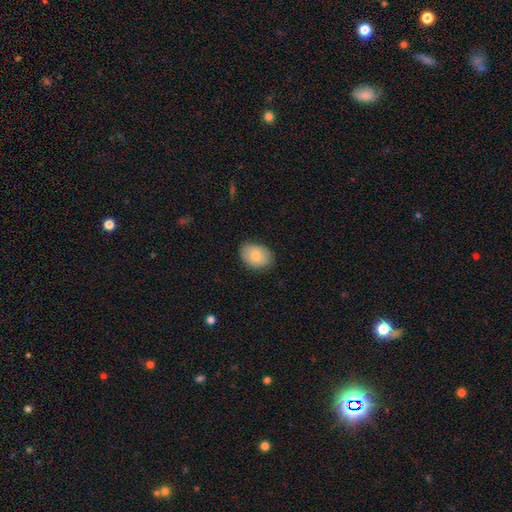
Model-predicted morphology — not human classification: This is likely a smooth galaxy (78%). How rounded: likely in between (79%). Merging: clearly none (82%).